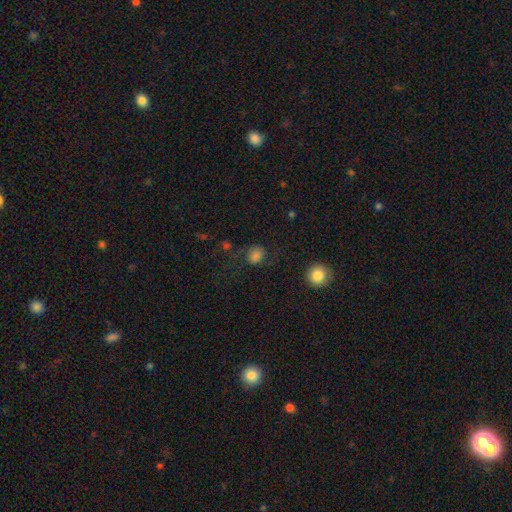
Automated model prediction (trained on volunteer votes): This appears to be a smooth galaxy with no disk features (73%) that is round (76%). Merging: none (64%).